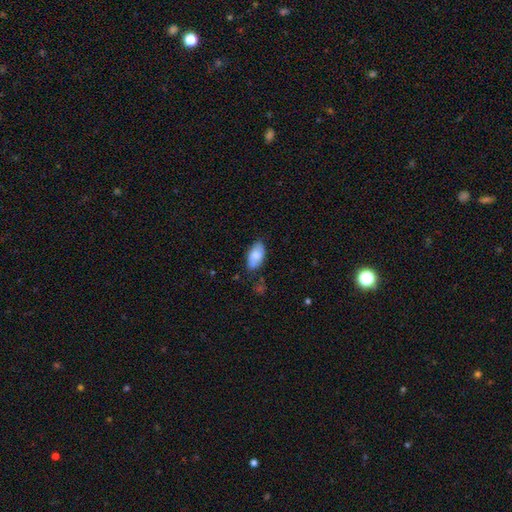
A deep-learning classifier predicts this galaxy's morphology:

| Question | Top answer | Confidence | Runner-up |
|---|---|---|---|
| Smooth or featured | smooth | 81% | featured or disk (13%) |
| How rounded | in between | 94% | round (3%) |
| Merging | none | 75% | minor disturbance (20%) |